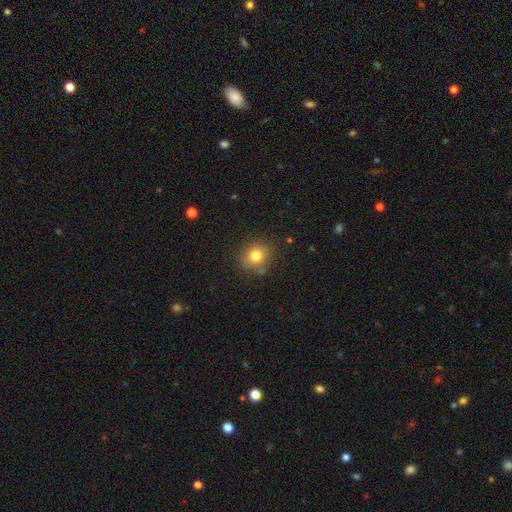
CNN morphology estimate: type=smooth (78%); roundness=round (74%); merging=none (80%).